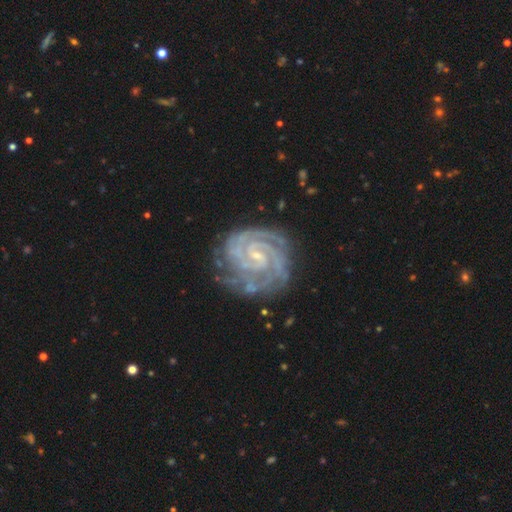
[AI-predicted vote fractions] This appears to be a featured or disk galaxy (92%) with a weak bar (44%), 2 (45%) tight (82%) spiral arms (99%) and a small central bulge (78%). Merging: none (74%).